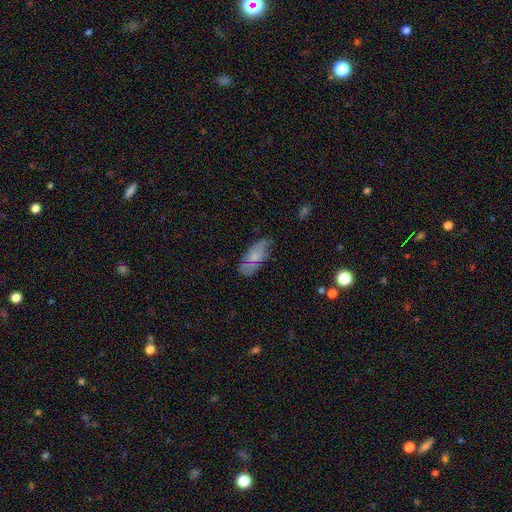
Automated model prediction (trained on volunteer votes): Smooth or featured?
  - smooth: 65% *
  - featured or disk: 26%
  - star or artifact: 9%
How rounded?
  - in between: 85% *
  - cigar-shaped: 12%
  - round: 3%
Merging?
  - none: 57% *
  - minor disturbance: 30%
  - major disturbance: 9%
  - merger: 3%